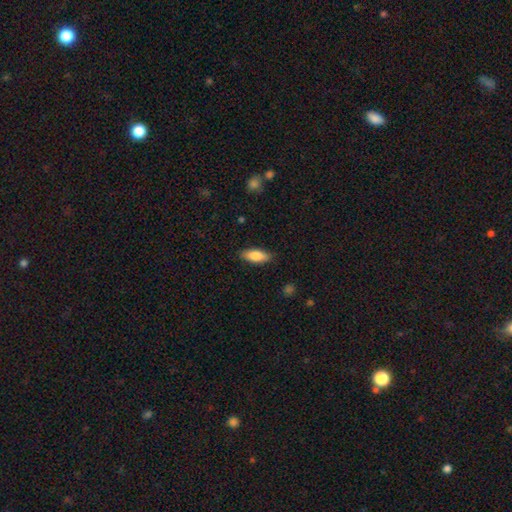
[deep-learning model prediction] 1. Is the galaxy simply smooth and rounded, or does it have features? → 83% smooth, 10% featured or disk, 6% star or artifact.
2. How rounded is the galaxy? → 78% in between, 20% cigar-shaped, 2% round.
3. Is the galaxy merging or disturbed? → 87% none, 10% minor disturbance, 2% major disturbance, 1% merger.